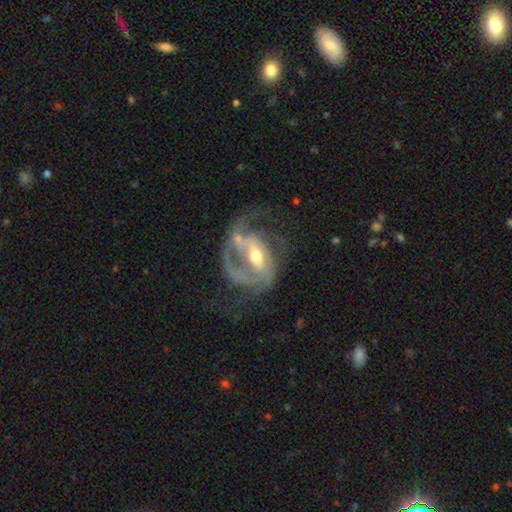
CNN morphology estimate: Overall: featured or disk (87%). Edge-on disk: no (97%). Bar: weak (42%; strong 36%). Spiral arms: yes (92%). Spiral arm count: 2 (50%; 1 17%). Spiral winding: medium (48%; tight 27%). Bulge size: moderate (67%). Merging: none (41%; major disturbance 34%).